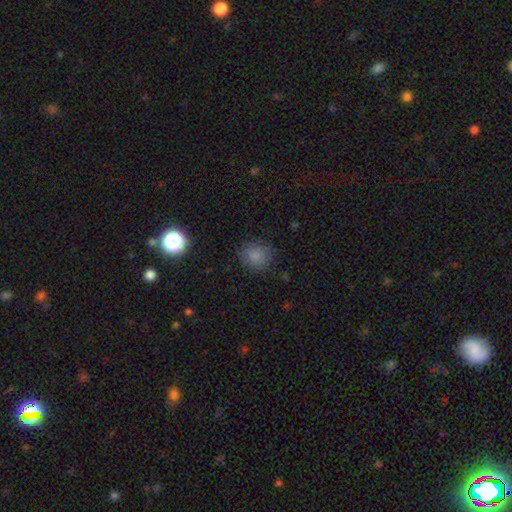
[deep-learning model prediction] smooth_or_featured: smooth (p=0.83) [alt: star or artifact p=0.12]
how_rounded: round (p=0.85) [alt: in between p=0.14]
merging: none (p=0.84) [alt: minor disturbance p=0.12]